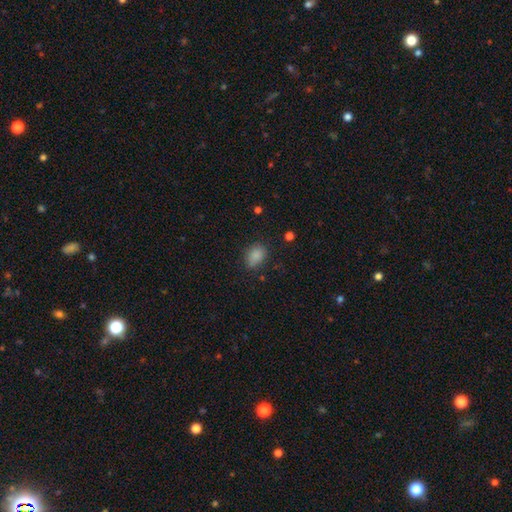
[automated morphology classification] Smooth or featured? smooth (85%)
How rounded? in between (76%)
Merging? none (74%)